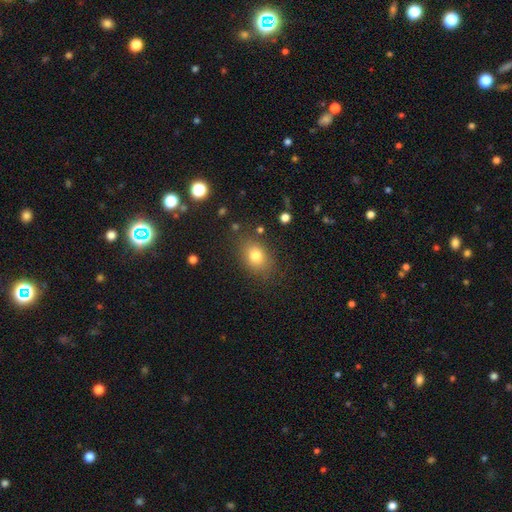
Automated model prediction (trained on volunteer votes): smooth-or-featured: smooth: 78% | star or artifact: 12% | featured or disk: 10%
  how-rounded: in between: 68% | round: 30% | cigar-shaped: 1%
  merging: none: 81% | minor disturbance: 12% | major disturbance: 4% | merger: 2%